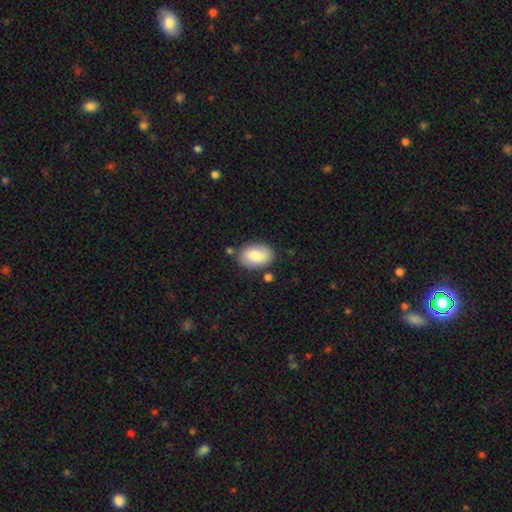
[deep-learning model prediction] smooth_or_featured: smooth (p=0.81) [alt: featured or disk p=0.12]
how_rounded: in between (p=0.86) [alt: round p=0.13]
merging: none (p=0.75) [alt: minor disturbance p=0.16]